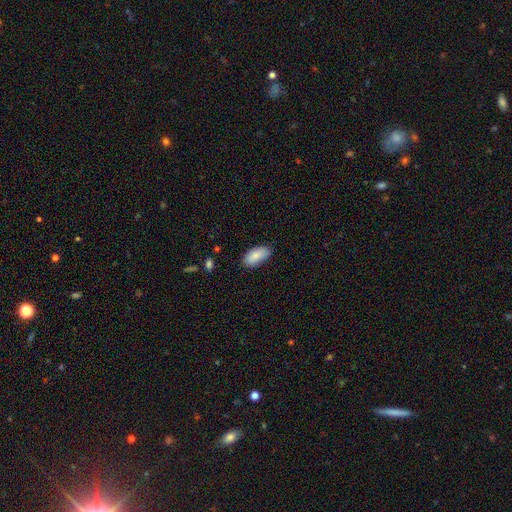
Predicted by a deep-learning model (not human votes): Overall: smooth (86%). How rounded: in between (94%). Merging: none (77%).